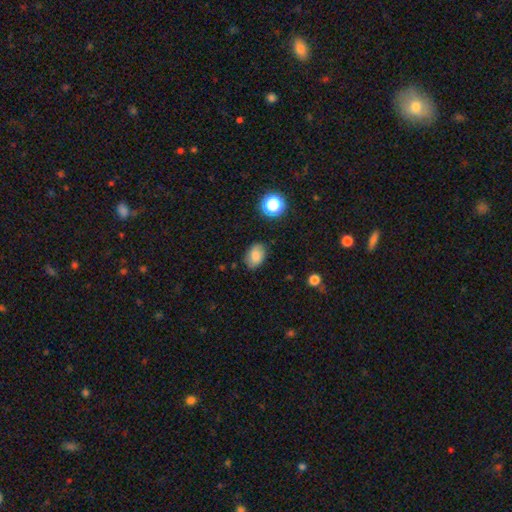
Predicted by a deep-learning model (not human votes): Smooth or featured?
  - smooth: 80% *
  - star or artifact: 10%
  - featured or disk: 10%
How rounded?
  - in between: 81% *
  - round: 18%
  - cigar-shaped: 1%
Merging?
  - none: 81% *
  - minor disturbance: 14%
  - major disturbance: 3%
  - merger: 2%